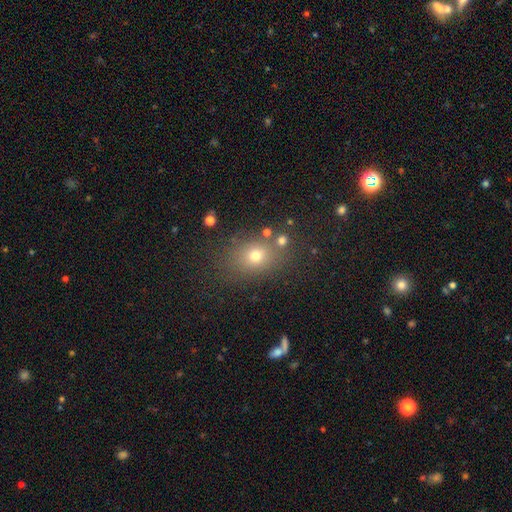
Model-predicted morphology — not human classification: A smooth galaxy with no disk features (69%) that is in between round and cigar-shaped (51%). Merging: none (75%).